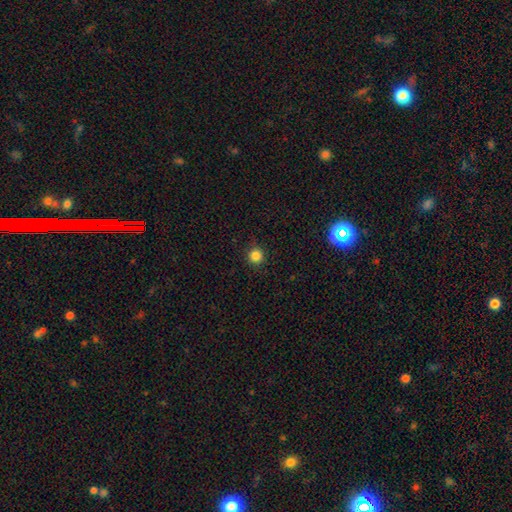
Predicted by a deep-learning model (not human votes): A smooth galaxy with no disk features (84%) that is round (95%). Merging: none (91%).